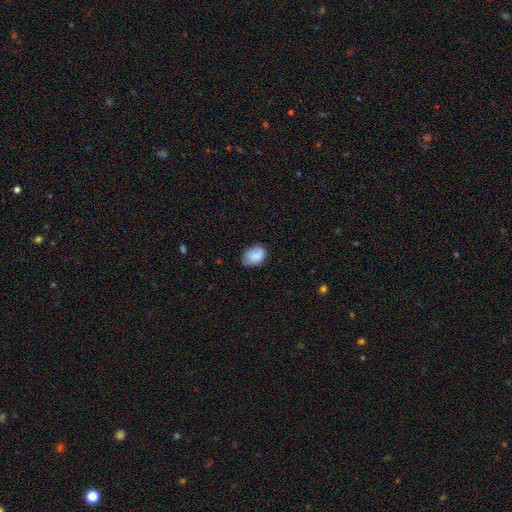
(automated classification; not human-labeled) Q: Smooth or featured?
A: smooth (77%); runner-up: featured or disk (15%)
Q: How rounded?
A: in between (79%); runner-up: round (20%)
Q: Merging?
A: none (56%); runner-up: minor disturbance (32%)